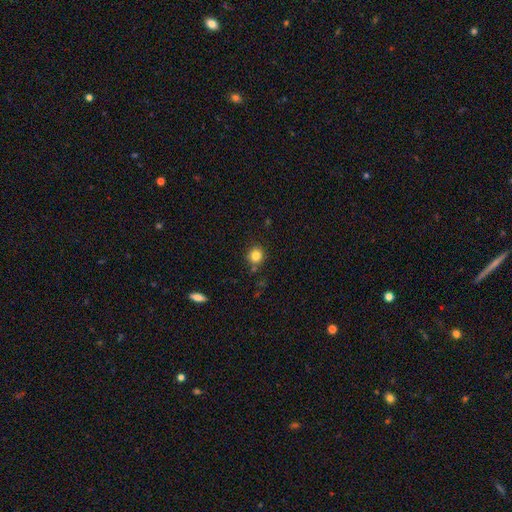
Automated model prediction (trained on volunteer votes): This is clearly a smooth galaxy (82%). How rounded: clearly round (88%). Merging: clearly none (84%).